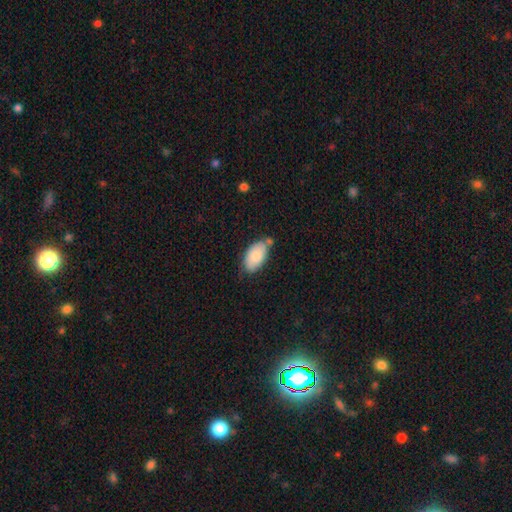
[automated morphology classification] A smooth galaxy with no disk features (84%) that is in between round and cigar-shaped (95%). Merging: none (57%).